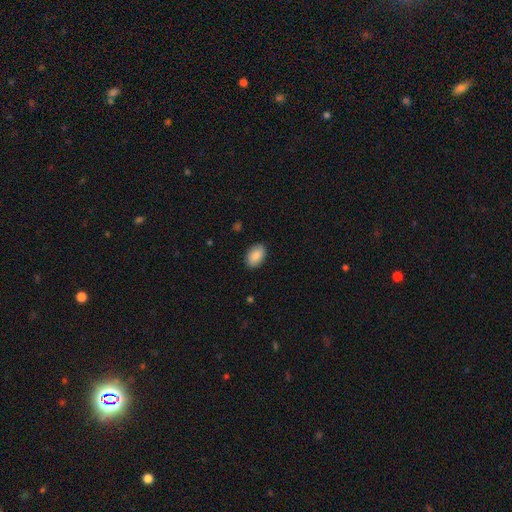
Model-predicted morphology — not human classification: The model was most divided on "how rounded": in between: 88%, round: 10%, cigar-shaped: 1%. More confident: smooth or featured — smooth (88%); merging — none (88%).